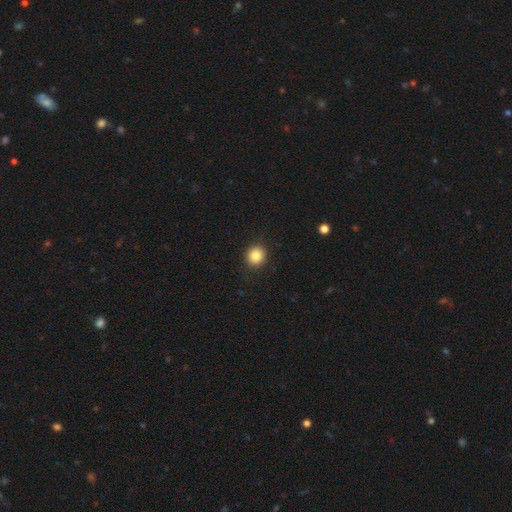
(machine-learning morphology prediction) Q: Smooth or featured?
A: smooth (87%); runner-up: star or artifact (10%)
Q: How rounded?
A: round (86%); runner-up: in between (13%)
Q: Merging?
A: none (90%); runner-up: minor disturbance (6%)